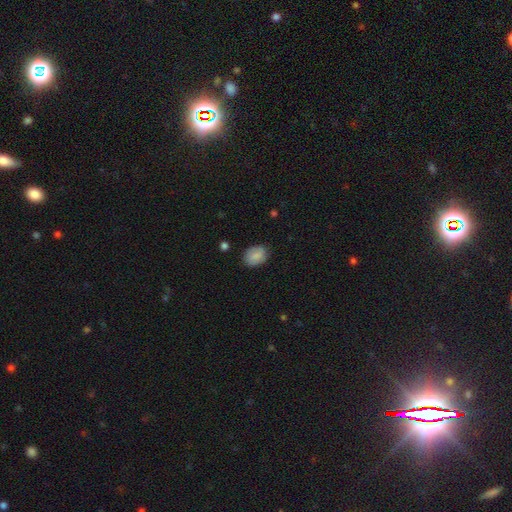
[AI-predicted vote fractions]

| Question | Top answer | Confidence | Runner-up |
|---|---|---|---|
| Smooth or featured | smooth | 85% | featured or disk (8%) |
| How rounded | in between | 68% | round (31%) |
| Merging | none | 81% | minor disturbance (15%) |